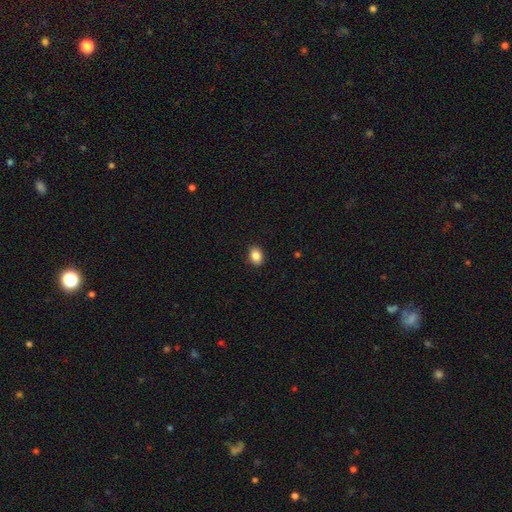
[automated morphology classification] The model was most divided on "how rounded": in between: 68%, round: 31%, cigar-shaped: 1%. More confident: merging — none (90%); smooth or featured — smooth (86%).